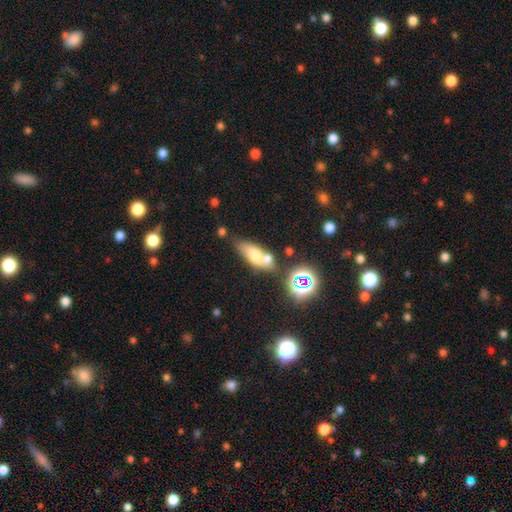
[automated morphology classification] smooth 63%, featured or disk 22%, star or artifact 15%. Down the decision tree: how rounded — in between (70%); merging — none (44%).